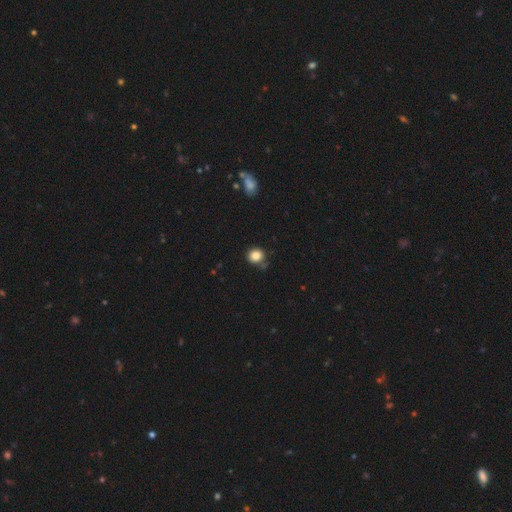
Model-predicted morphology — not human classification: smooth-or-featured: smooth: 85% | star or artifact: 11% | featured or disk: 4%
  how-rounded: round: 85% | in between: 14% | cigar-shaped: 1%
  merging: none: 79% | minor disturbance: 13% | merger: 5% | major disturbance: 3%